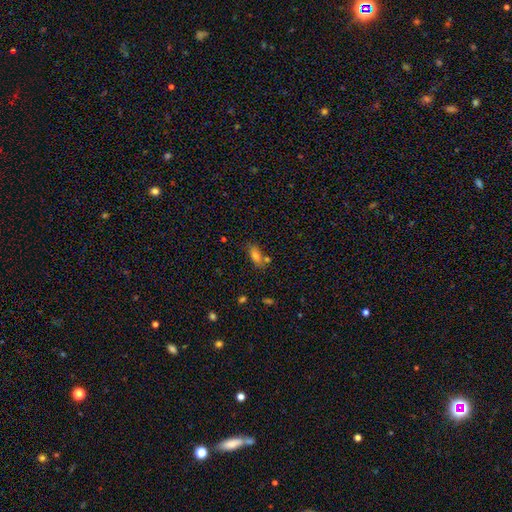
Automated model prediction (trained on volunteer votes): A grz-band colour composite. It shows a smooth galaxy with no disk features (74%) that is in between round and cigar-shaped (78%). Merging: none (58%).